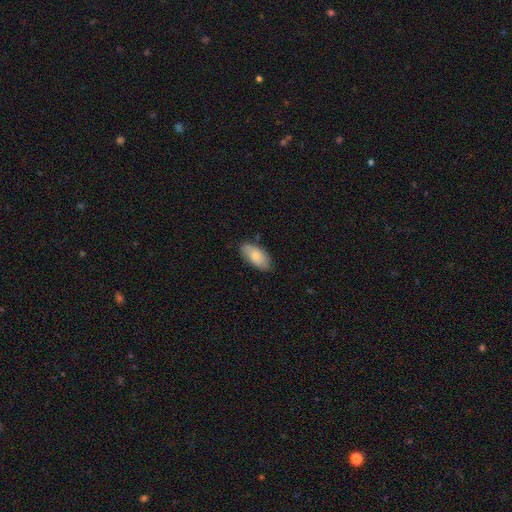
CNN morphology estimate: Smooth or featured? Predicted: smooth (p=0.73). How rounded? Predicted: in between (p=0.92). Merging? Predicted: none (p=0.77).